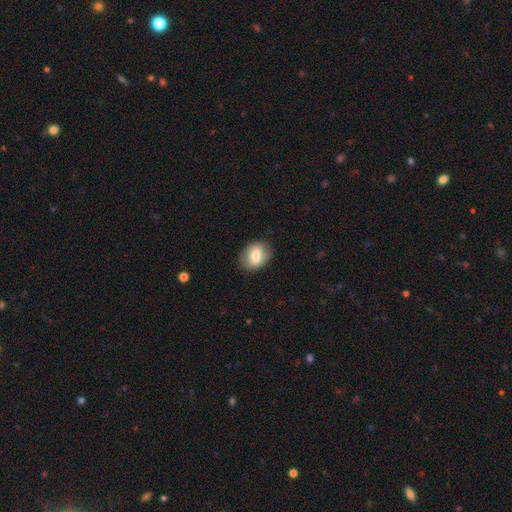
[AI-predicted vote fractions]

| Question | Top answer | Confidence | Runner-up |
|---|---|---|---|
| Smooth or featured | smooth | 73% | featured or disk (20%) |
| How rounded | in between | 63% | round (36%) |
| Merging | none | 81% | minor disturbance (14%) |